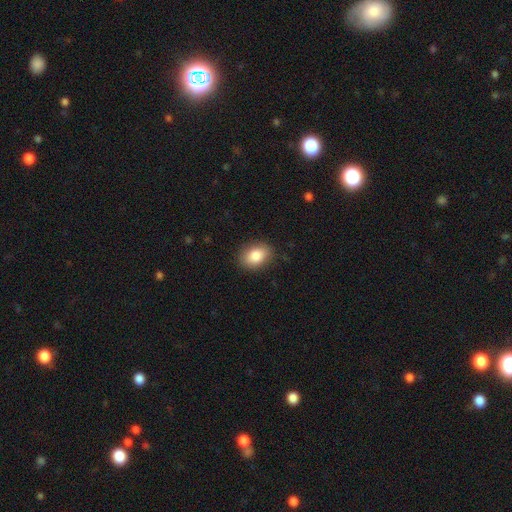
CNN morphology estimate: A smooth galaxy with no disk features (85%) that is in between round and cigar-shaped (77%). Merging: none (86%).